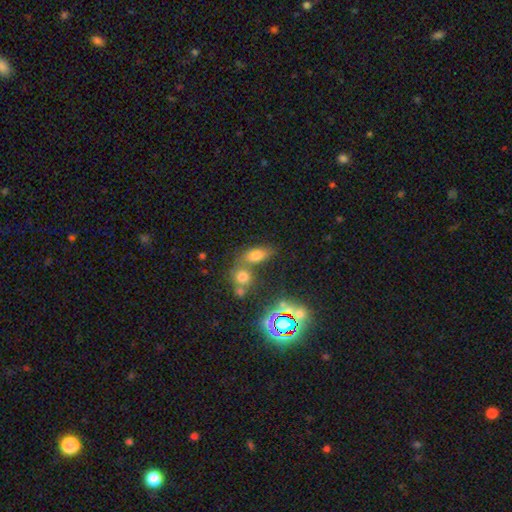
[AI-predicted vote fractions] Q: Smooth or featured?
A: smooth (68%); runner-up: star or artifact (20%)
Q: How rounded?
A: in between (77%); runner-up: round (14%)
Q: Merging?
A: none (51%); runner-up: merger (30%)